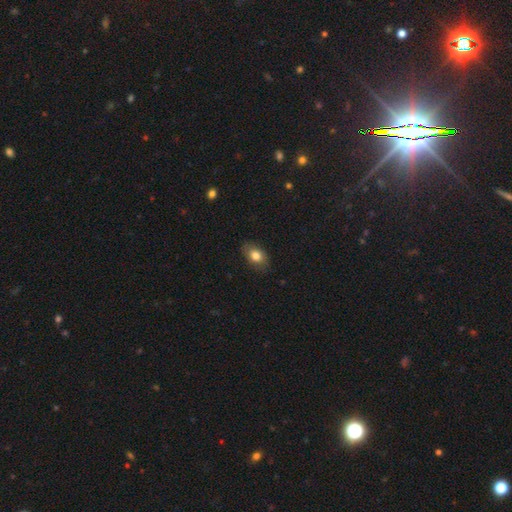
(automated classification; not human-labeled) smooth 80%, featured or disk 12%, star or artifact 8%. Down the decision tree: how rounded — in between (82%); merging — none (82%).